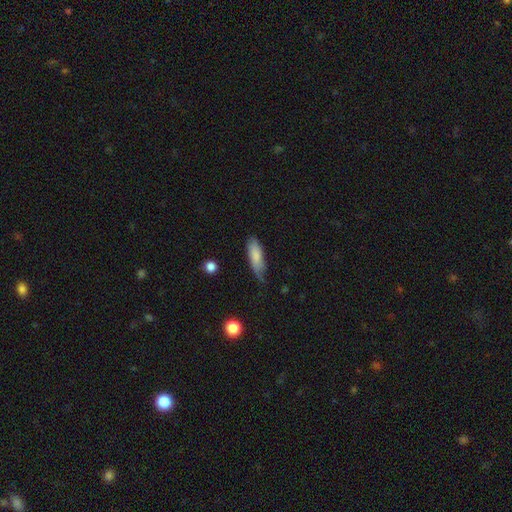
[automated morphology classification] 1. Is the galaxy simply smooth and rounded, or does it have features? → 80% smooth, 14% featured or disk, 6% star or artifact.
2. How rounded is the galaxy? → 58% in between, 40% cigar-shaped, 2% round.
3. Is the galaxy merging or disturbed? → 53% none, 36% minor disturbance, 8% major disturbance, 2% merger.